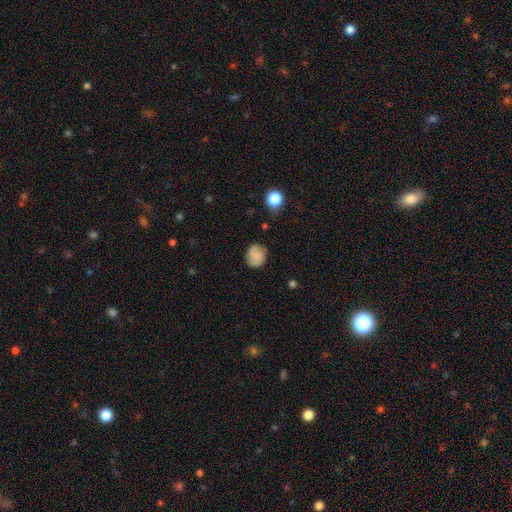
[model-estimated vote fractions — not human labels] smooth_or_featured: smooth (p=0.78) [alt: featured or disk p=0.13]
how_rounded: round (p=0.71) [alt: in between p=0.28]
merging: none (p=0.76) [alt: minor disturbance p=0.18]